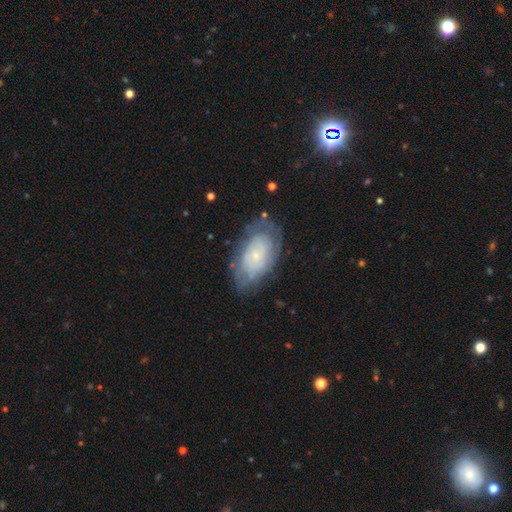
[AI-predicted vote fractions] Smooth or featured?
  - featured or disk: 58% *
  - smooth: 34%
  - star or artifact: 8%
Edge-on disk?
  - no: 93% *
  - yes: 7%
Bar?
  - no: 84% *
  - weak: 13%
  - strong: 3%
Spiral arms?
  - yes: 68% *
  - no: 32%
Bulge size?
  - small: 79% *
  - moderate: 14%
  - none: 4%
  - large: 2%
  - dominant: 1%
Merging?
  - none: 67% *
  - minor disturbance: 22%
  - major disturbance: 9%
  - merger: 2%